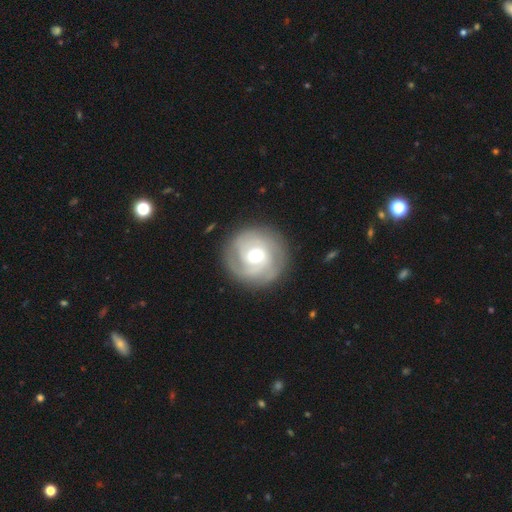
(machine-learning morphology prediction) Smooth or featured? featured or disk (78%)
Edge-on disk? no (98%)
Bar? no (56%)
Spiral arms? yes (93%)
Spiral winding? tight (63%)
Spiral arm count? 3 (30%, tied with 2)
Bulge size? moderate (66%)
Merging? none (85%)